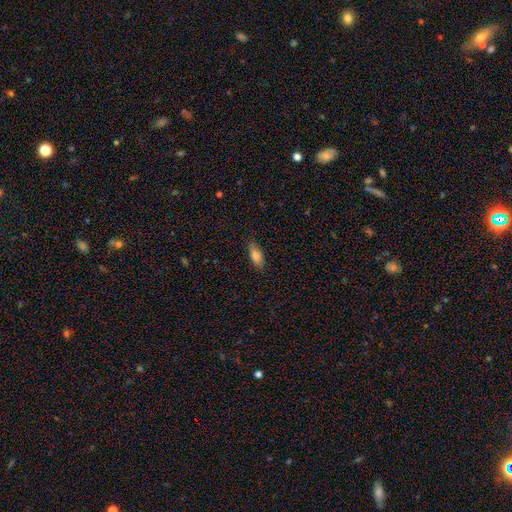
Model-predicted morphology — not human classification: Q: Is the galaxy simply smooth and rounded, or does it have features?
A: smooth — 81%.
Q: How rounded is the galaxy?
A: in between — 78%.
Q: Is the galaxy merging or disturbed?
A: none — 86%.